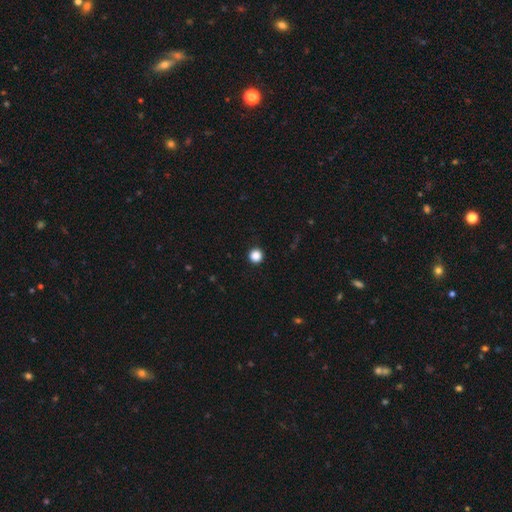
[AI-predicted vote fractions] The model was most divided on "smooth or featured": smooth: 87%, star or artifact: 11%, featured or disk: 2%. More confident: how rounded — round (96%); merging — none (93%).